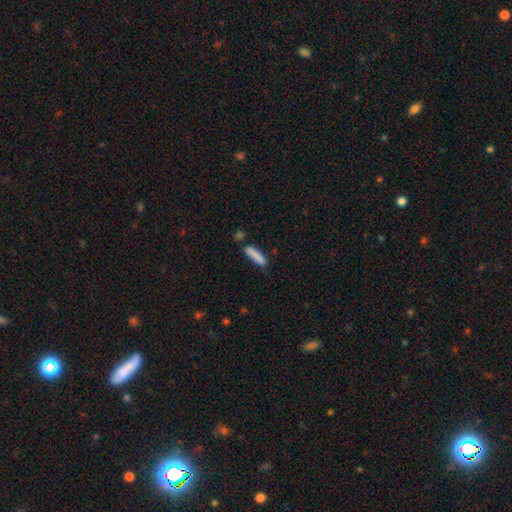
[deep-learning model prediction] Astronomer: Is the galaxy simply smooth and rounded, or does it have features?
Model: smooth — 84%.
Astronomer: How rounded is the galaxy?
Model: cigar-shaped — 82%.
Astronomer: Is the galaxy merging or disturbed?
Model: none — 77%.